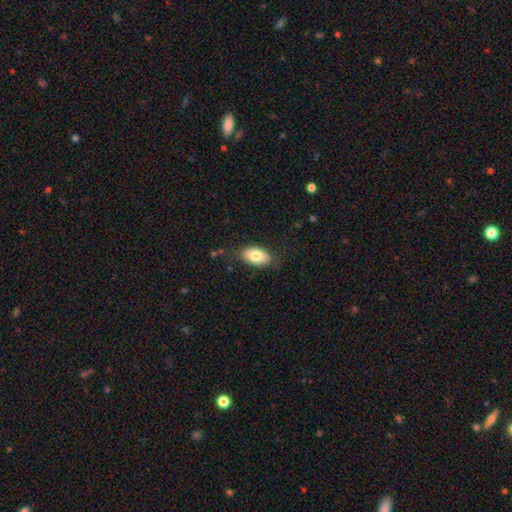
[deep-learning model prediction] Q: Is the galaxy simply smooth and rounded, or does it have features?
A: smooth — 78%.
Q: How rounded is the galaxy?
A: in between — 93%.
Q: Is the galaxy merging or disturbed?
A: none — 80%.